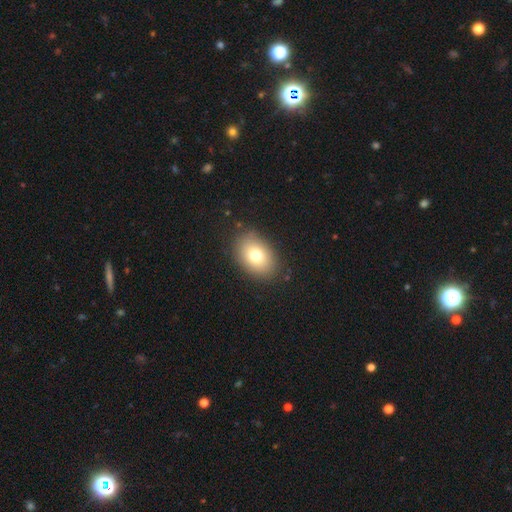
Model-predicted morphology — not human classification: This appears to be a smooth galaxy with no disk features (76%) that is in between round and cigar-shaped (79%). Merging: none (84%).